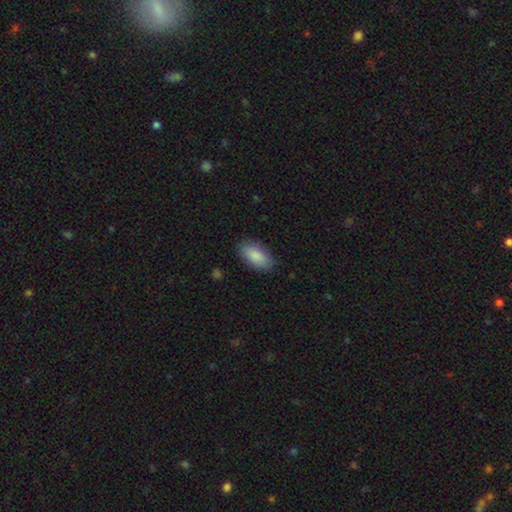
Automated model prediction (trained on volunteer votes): smooth 88%, star or artifact 6%, featured or disk 6%. Down the decision tree: how rounded — in between (93%); merging — none (85%).